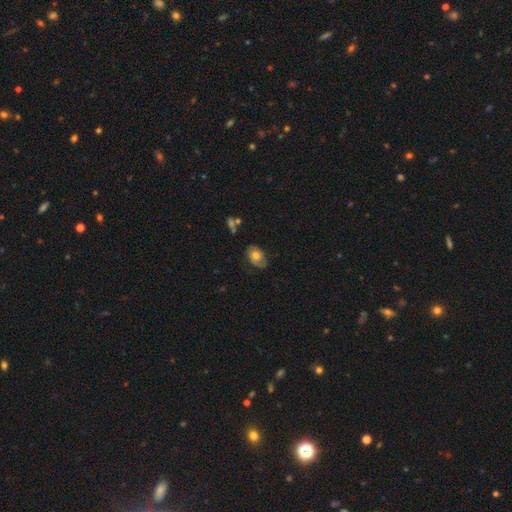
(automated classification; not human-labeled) A smooth galaxy with no disk features (51%) that is in between round and cigar-shaped (75%). Merging: none (65%).